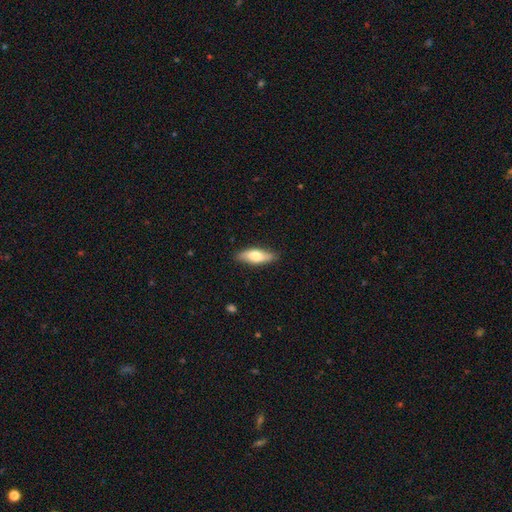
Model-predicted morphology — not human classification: smooth-or-featured: smooth: 66% | featured or disk: 29% | star or artifact: 5%
  how-rounded: in between: 60% | cigar-shaped: 37% | round: 3%
  merging: none: 84% | minor disturbance: 12% | major disturbance: 2% | merger: 1%